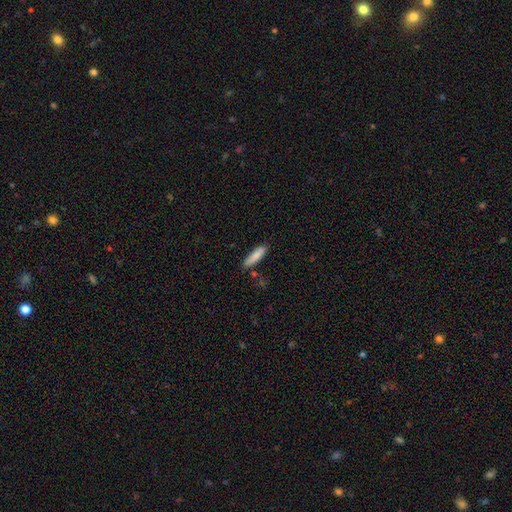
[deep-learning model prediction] Overall: smooth (84%). How rounded: cigar-shaped (76%). Merging: none (82%).